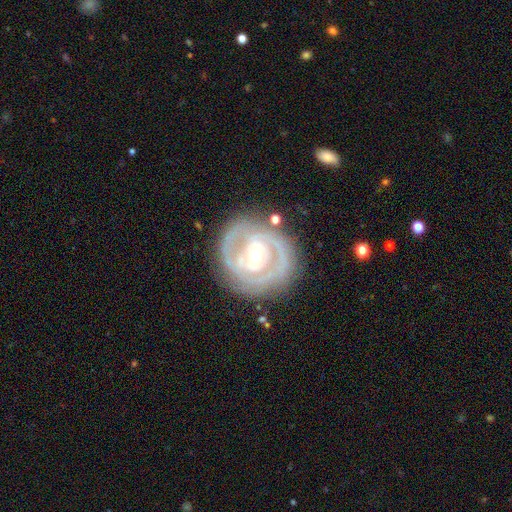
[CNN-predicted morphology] A featured or disk galaxy (82%) with a weak bar (39%), 2 (52%) tight (63%) spiral arms (78%) and a moderate central bulge (68%).

Vote fractions:
- Smooth or featured? featured or disk: 82% / smooth: 13% / star or artifact: 5%
- Edge-on disk? no: 96% / yes: 4%
- Bar? weak: 39% / strong: 32% / no: 30%
- Spiral arms? yes: 78% / no: 22%
- Spiral winding? tight: 63% / medium: 28% / loose: 10%
- Spiral arm count? 2: 52% / can't tell: 23% / 3: 11% / 1: 7% / 4: 3% / more than 4: 3%
- Bulge size? moderate: 68% / large: 20% / small: 10% / dominant: 2% / none: 1%
- Merging? none: 76% / minor disturbance: 15% / major disturbance: 7% / merger: 2%